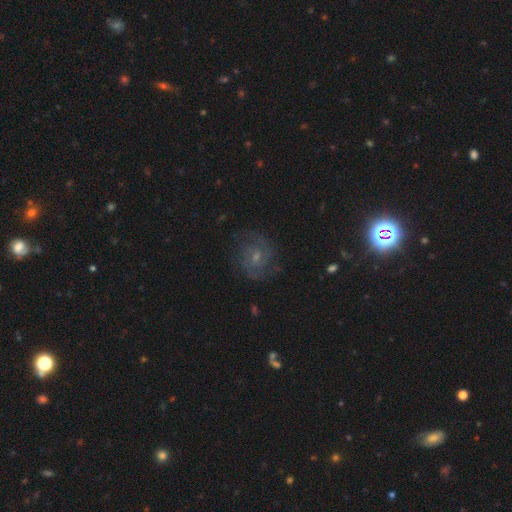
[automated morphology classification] smooth-or-featured: featured or disk: 69% | star or artifact: 16% | smooth: 14%
  disk-edge-on: no: 97% | yes: 3%
    bar: no: 52% | weak: 40% | strong: 7%
    has-spiral-arms: yes: 93% | no: 7%
      spiral-winding: tight: 49% | medium: 40% | loose: 11%
      spiral-arm-count: 2: 45% | can't tell: 26% | 3: 15% | 4: 6% | 1: 5% | more than 4: 4%
    bulge-size: small: 58% | moderate: 34% | none: 5% | large: 2% | dominant: 1%
  merging: none: 78% | minor disturbance: 14% | major disturbance: 7% | merger: 1%